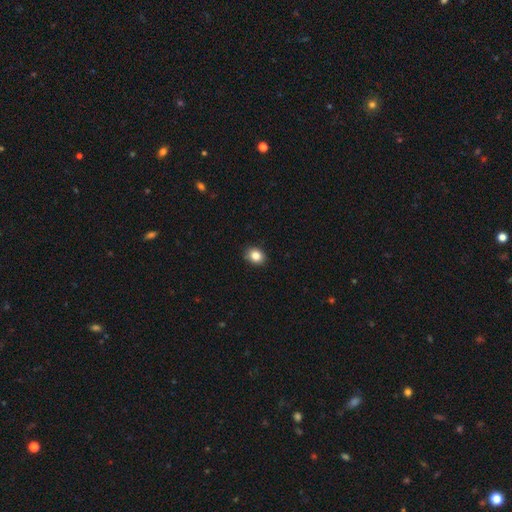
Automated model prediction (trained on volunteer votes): smooth 85%, star or artifact 9%, featured or disk 5%. Down the decision tree: how rounded — round (52%); merging — none (89%).